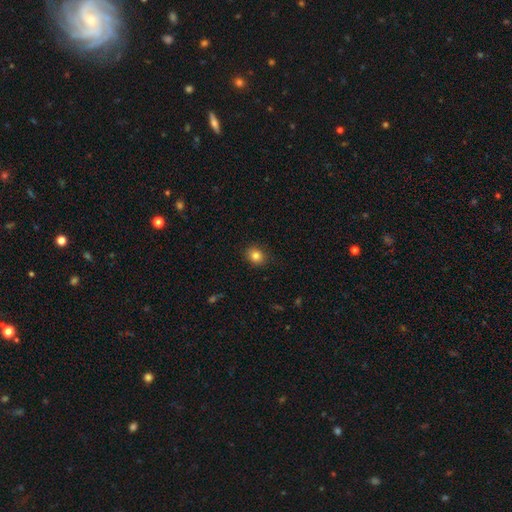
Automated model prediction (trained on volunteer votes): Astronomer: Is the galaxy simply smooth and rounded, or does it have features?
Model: smooth — 83%.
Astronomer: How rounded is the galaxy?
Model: round — 65%.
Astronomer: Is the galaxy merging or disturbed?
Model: none — 88%.